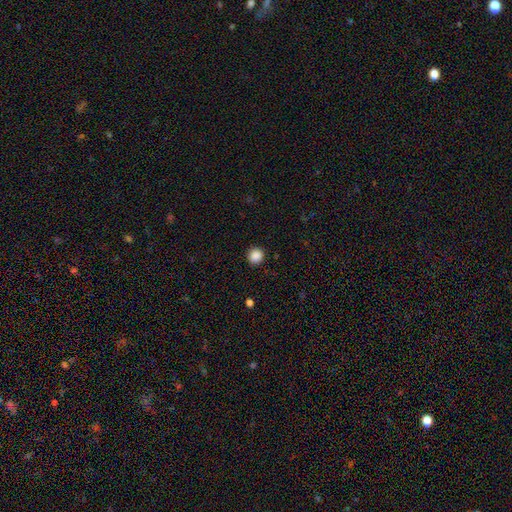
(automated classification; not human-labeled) This appears to be a smooth galaxy with no disk features (88%) that is round (92%). Merging: none (91%).